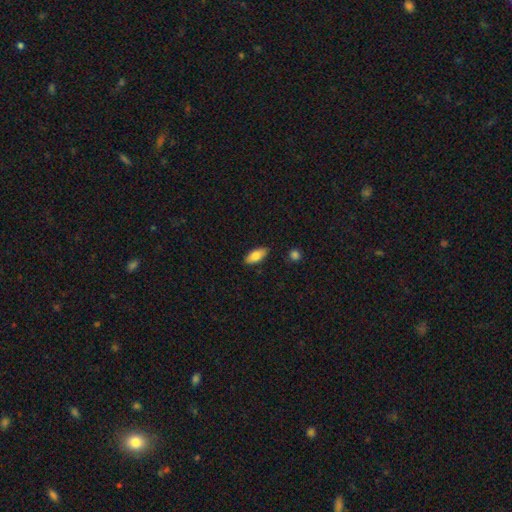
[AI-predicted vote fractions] Q: Smooth or featured?
A: smooth (79%); runner-up: featured or disk (15%)
Q: How rounded?
A: in between (87%); runner-up: cigar-shaped (11%)
Q: Merging?
A: none (87%); runner-up: minor disturbance (9%)